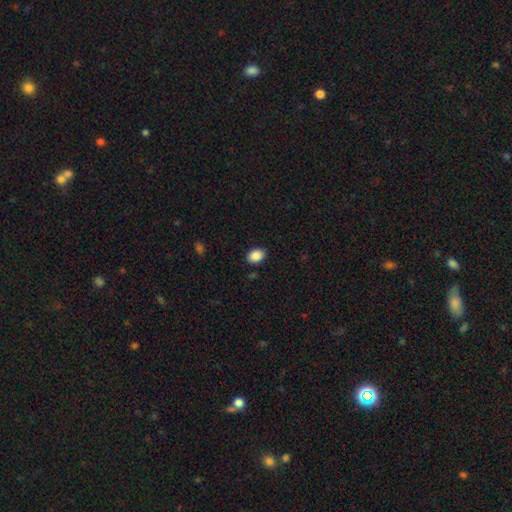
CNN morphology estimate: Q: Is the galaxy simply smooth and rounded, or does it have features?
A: smooth — 88%.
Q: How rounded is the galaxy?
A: in between — 66%.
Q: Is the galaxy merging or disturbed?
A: none — 88%.